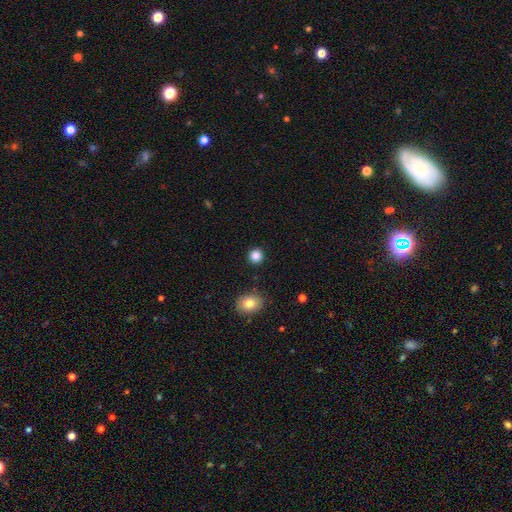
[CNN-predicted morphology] A smooth galaxy with no disk features (85%) that is round (91%). Merging: none (91%).